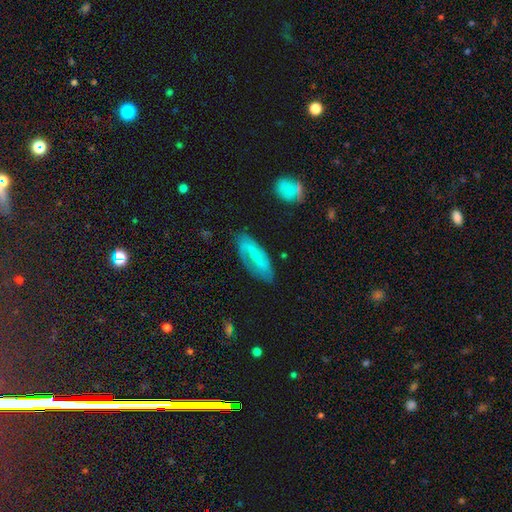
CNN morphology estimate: This is likely a featured or disk galaxy (64%). It is clearly not viewed edge-on (89%). Bar: marginally weak (40%). Spiral arm pattern: clearly yes (83%). Central bulge: likely small (64%). Merging: likely none (75%).